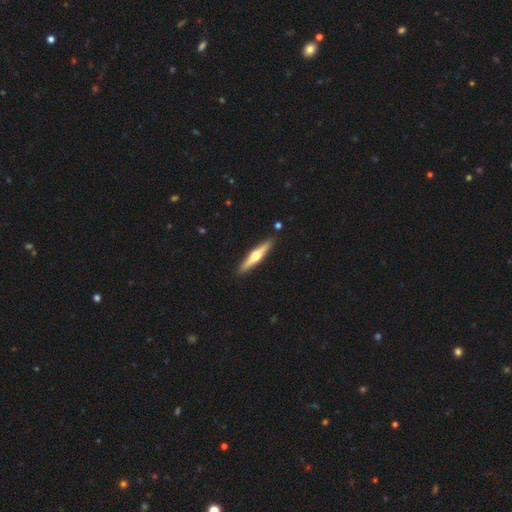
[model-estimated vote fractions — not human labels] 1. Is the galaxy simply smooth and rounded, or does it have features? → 64% featured or disk, 32% smooth, 5% star or artifact.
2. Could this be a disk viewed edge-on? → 97% yes, 3% no.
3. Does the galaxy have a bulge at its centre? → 93% rounded, 4% none, 3% boxy.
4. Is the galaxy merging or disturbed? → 90% none, 7% minor disturbance, 2% merger, 1% major disturbance.